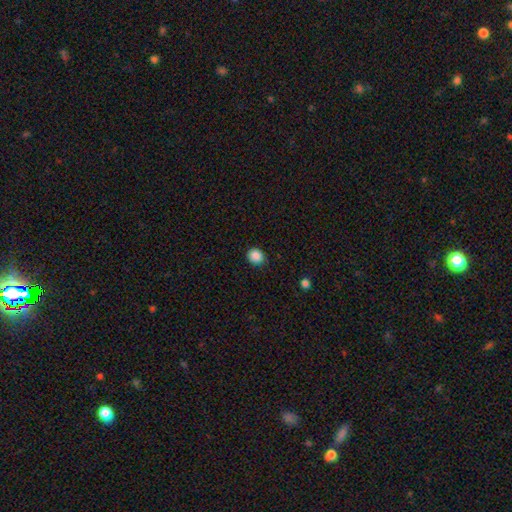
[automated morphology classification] Smooth or featured? Predicted: smooth (p=0.88). How rounded? Predicted: round (p=0.74). Merging? Predicted: none (p=0.89).